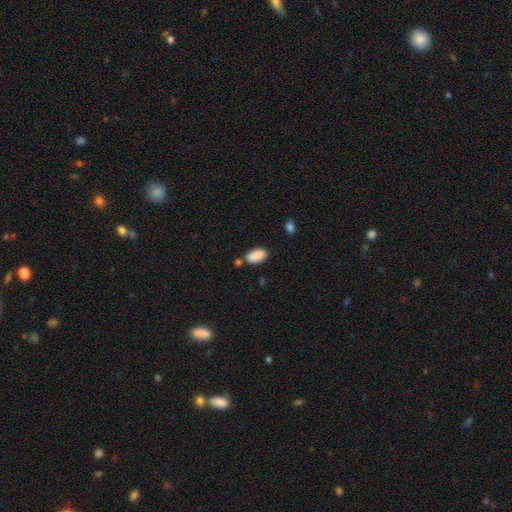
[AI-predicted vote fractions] Overall: smooth (89%). How rounded: in between (94%). Merging: none (72%).